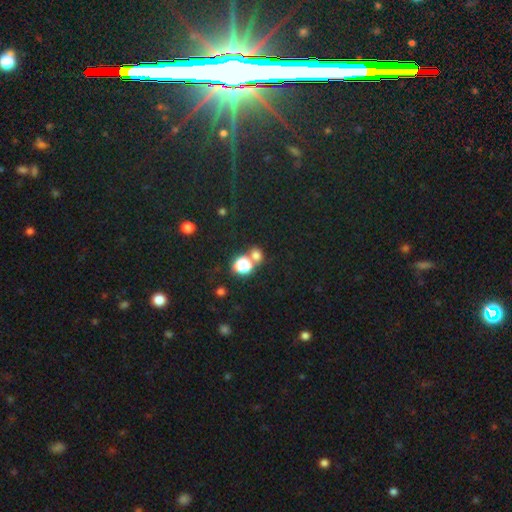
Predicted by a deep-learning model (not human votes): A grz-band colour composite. It shows a smooth galaxy with no disk features (67%) that is round (70%). Merging: none (60%).